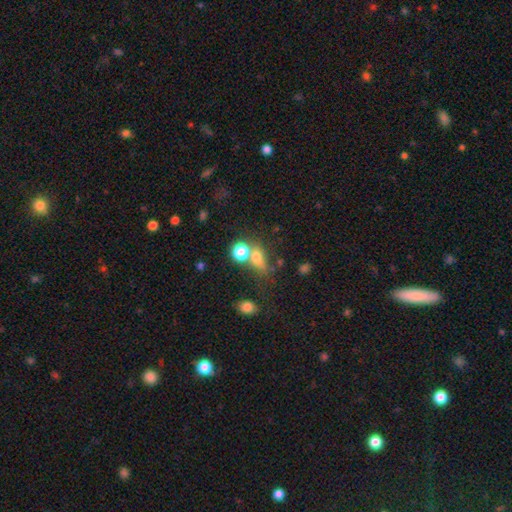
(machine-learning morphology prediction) smooth_or_featured: smooth (p=0.68) [alt: star or artifact p=0.20]
how_rounded: in between (p=0.48) [alt: round p=0.45]
merging: none (p=0.43) [alt: merger p=0.35]